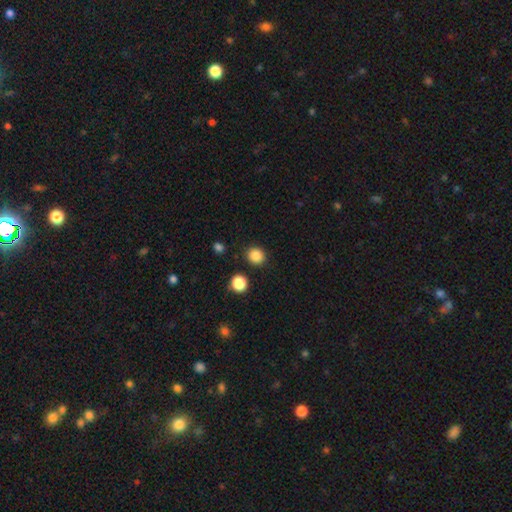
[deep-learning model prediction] The model was most divided on "how rounded": round: 85%, in between: 14%, cigar-shaped: 1%. More confident: merging — none (88%); smooth or featured — smooth (86%).